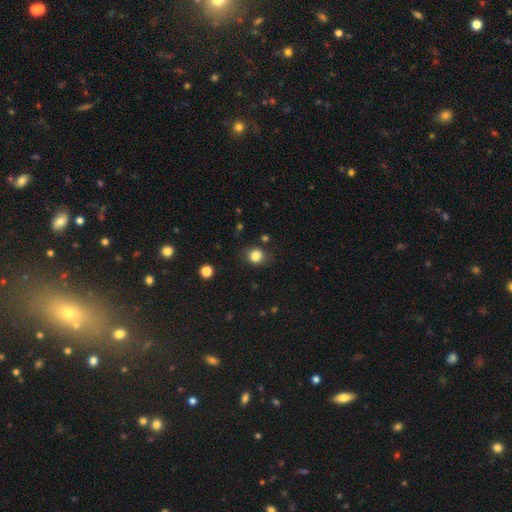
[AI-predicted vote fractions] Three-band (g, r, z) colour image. It shows a smooth galaxy with no disk features (83%) that is round (72%). Merging: none (78%).